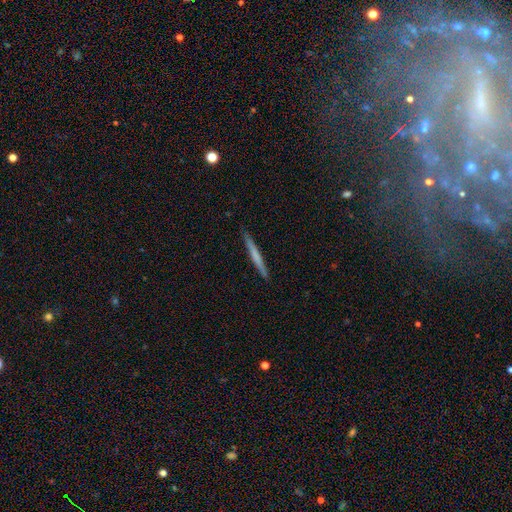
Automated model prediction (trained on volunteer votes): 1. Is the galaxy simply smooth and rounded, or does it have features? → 54% smooth, 41% featured or disk, 5% star or artifact.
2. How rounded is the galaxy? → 97% cigar-shaped, 2% in between, 1% round.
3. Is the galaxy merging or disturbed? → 91% none, 6% minor disturbance, 1% major disturbance, 1% merger.